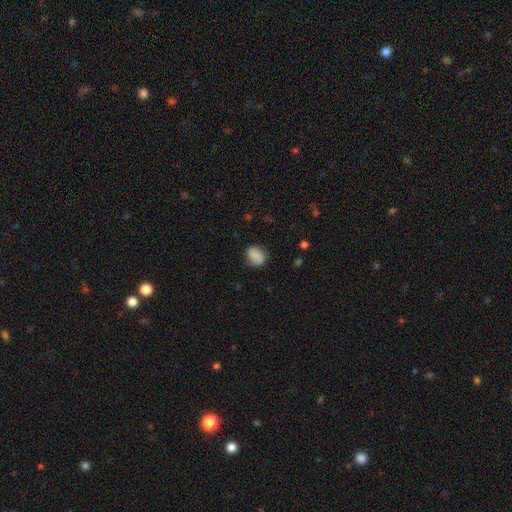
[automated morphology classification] Q: Smooth or featured?
A: smooth (83%); runner-up: featured or disk (9%)
Q: How rounded?
A: in between (70%); runner-up: round (28%)
Q: Merging?
A: none (74%); runner-up: minor disturbance (19%)